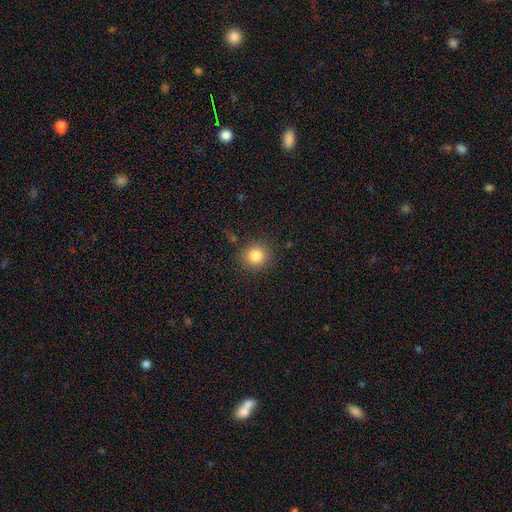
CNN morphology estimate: Smooth or featured: smooth — 84% (star or artifact — 11%)
How rounded: round — 88% (in between — 12%)
Merging: none — 87% (minor disturbance — 8%)